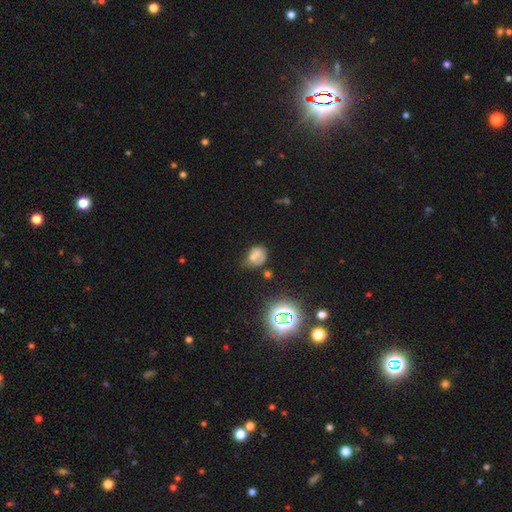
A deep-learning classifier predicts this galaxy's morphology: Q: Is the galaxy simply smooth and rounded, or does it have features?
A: smooth — 54%.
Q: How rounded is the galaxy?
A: in between — 58%.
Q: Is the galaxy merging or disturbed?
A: none — 38%.